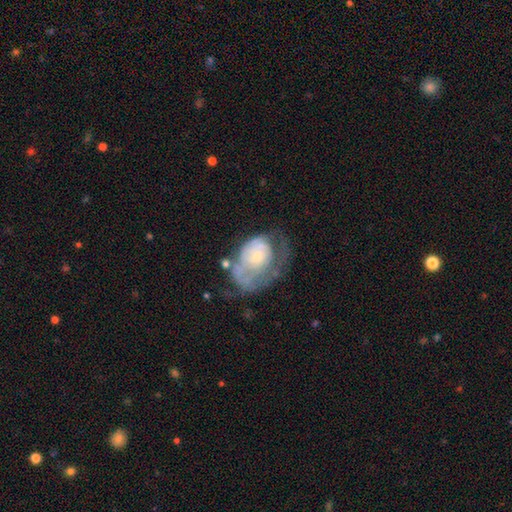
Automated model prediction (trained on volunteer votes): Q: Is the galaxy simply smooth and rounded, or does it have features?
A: featured or disk — 65%.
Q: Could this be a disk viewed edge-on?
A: no — 97%.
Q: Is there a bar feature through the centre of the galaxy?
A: no — 81%.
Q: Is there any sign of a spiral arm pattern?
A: yes — 59%.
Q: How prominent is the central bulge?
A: small — 64%.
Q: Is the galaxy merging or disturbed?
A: major disturbance — 41%.